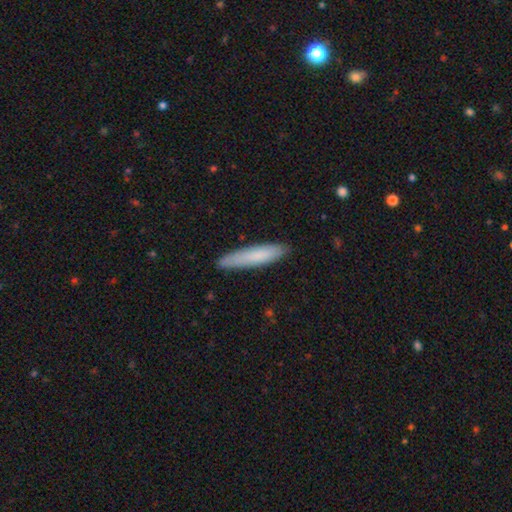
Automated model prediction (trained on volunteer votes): Smooth or featured?
  - smooth: 80% *
  - featured or disk: 14%
  - star or artifact: 6%
How rounded?
  - cigar-shaped: 86% *
  - in between: 13%
  - round: 1%
Merging?
  - none: 85% *
  - minor disturbance: 12%
  - major disturbance: 2%
  - merger: 1%